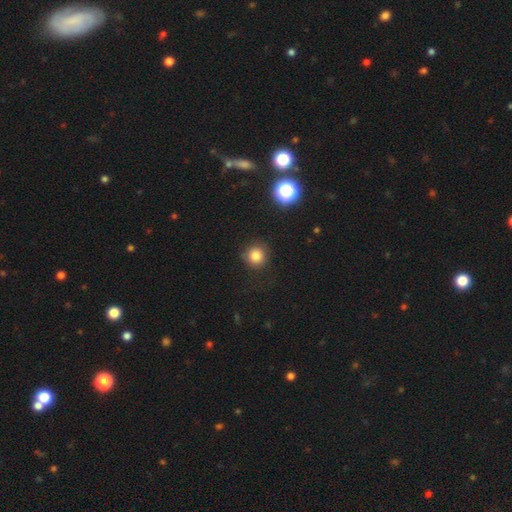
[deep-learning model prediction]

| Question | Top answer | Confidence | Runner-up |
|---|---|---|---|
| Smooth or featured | smooth | 82% | star or artifact (13%) |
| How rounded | round | 93% | in between (6%) |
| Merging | none | 85% | minor disturbance (10%) |